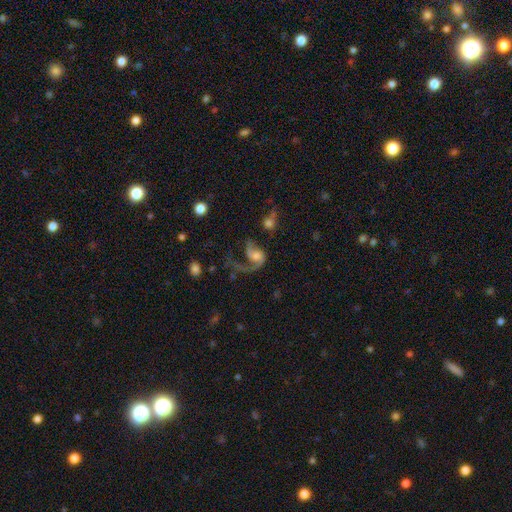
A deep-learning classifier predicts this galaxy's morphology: type=featured or disk (77%); edge-on=no (98%); bar=no (64%); spiral arms=yes (91%); winding=loose (58%); arm count=1 (48%); bulge=moderate (39%); merging=major disturbance (47%).